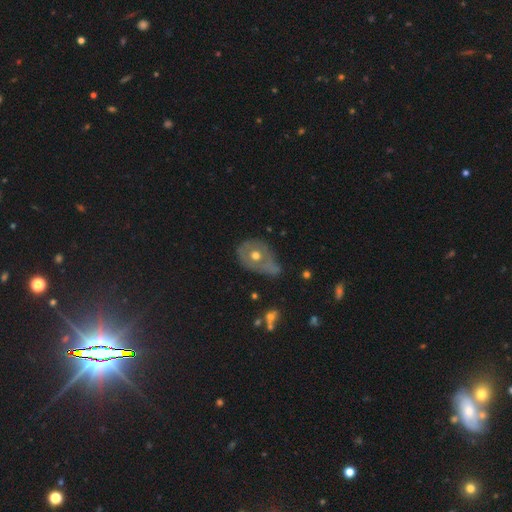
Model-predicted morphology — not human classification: A featured or disk galaxy (51%). Merging: none (42%).